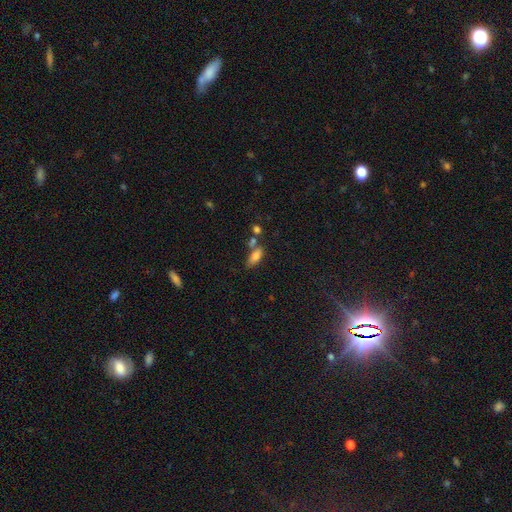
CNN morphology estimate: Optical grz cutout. It shows a smooth galaxy with no disk features (79%) that is in between round and cigar-shaped (79%). Merging: none (52%).